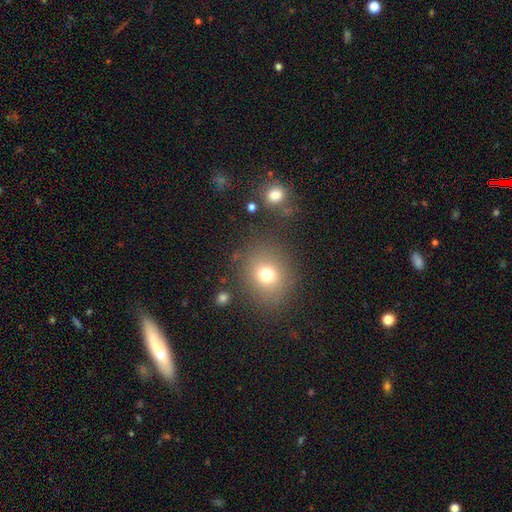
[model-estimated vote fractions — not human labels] smooth-or-featured: smooth: 64% | star or artifact: 23% | featured or disk: 13%
  how-rounded: round: 80% | in between: 18% | cigar-shaped: 2%
  merging: none: 84% | minor disturbance: 8% | merger: 5% | major disturbance: 3%